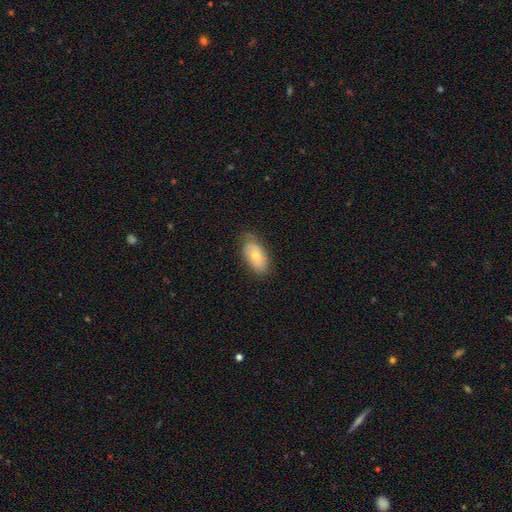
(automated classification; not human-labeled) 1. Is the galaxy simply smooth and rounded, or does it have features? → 68% smooth, 25% featured or disk, 6% star or artifact.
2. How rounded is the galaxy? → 93% in between, 4% round, 3% cigar-shaped.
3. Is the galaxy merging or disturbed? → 69% none, 25% minor disturbance, 5% major disturbance, 1% merger.